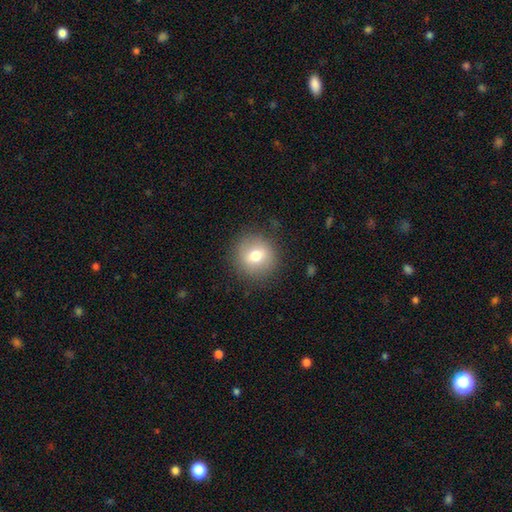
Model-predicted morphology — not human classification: A smooth galaxy with no disk features (71%) that is round (91%). Merging: none (86%).